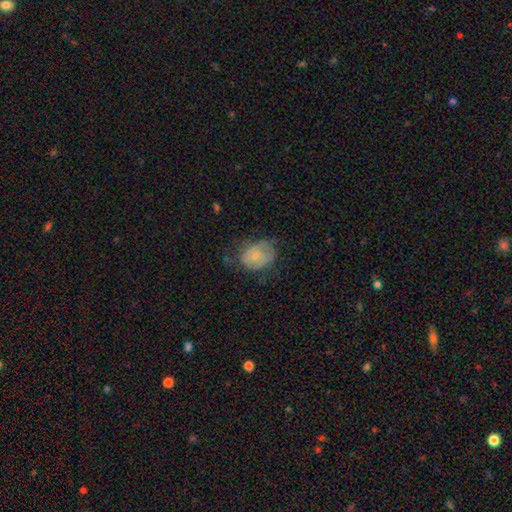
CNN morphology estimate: Smooth or featured?
  - smooth: 58% *
  - featured or disk: 34%
  - star or artifact: 8%
How rounded?
  - in between: 54% *
  - round: 45%
  - cigar-shaped: 1%
Merging?
  - none: 44% *
  - minor disturbance: 35%
  - major disturbance: 19%
  - merger: 2%